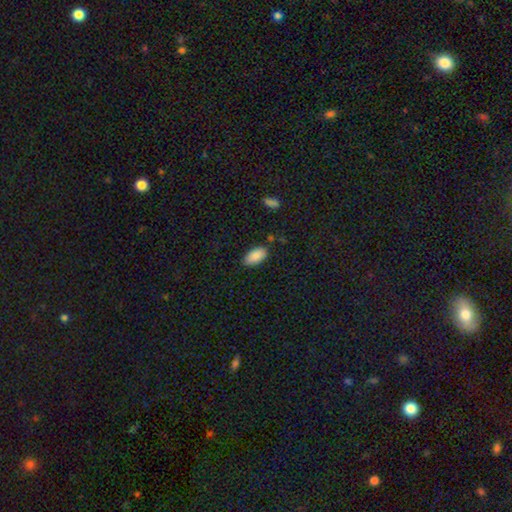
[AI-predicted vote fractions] This appears to be a smooth galaxy with no disk features (89%) that is in between round and cigar-shaped (94%). Merging: none (82%).